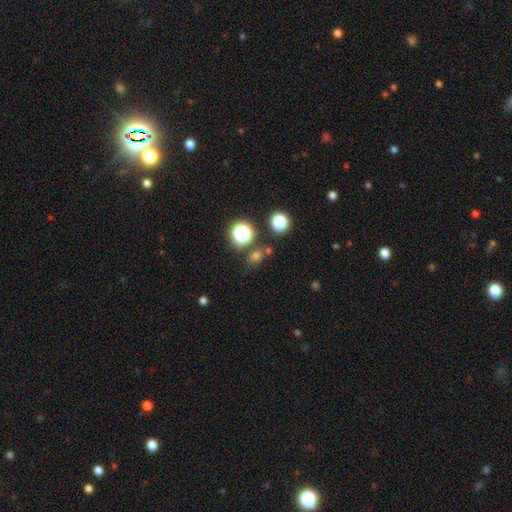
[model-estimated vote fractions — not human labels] The model was most divided on "how rounded": round: 59%, in between: 39%, cigar-shaped: 2%. More confident: merging — none (72%); smooth or featured — smooth (65%).